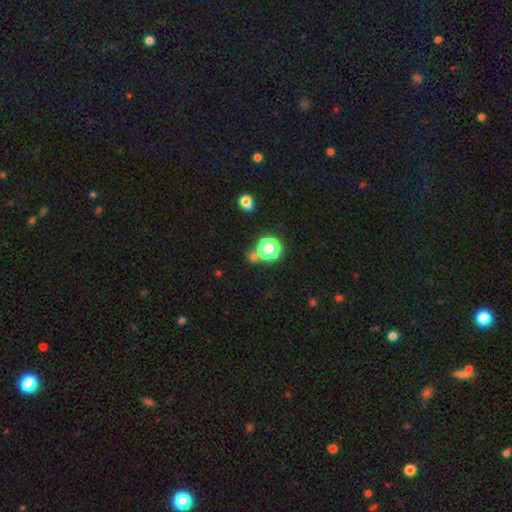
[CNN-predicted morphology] smooth-or-featured: smooth: 58% | star or artifact: 34% | featured or disk: 7%
  how-rounded: round: 87% | in between: 11% | cigar-shaped: 2%
  merging: none: 68% | merger: 18% | minor disturbance: 9% | major disturbance: 5%